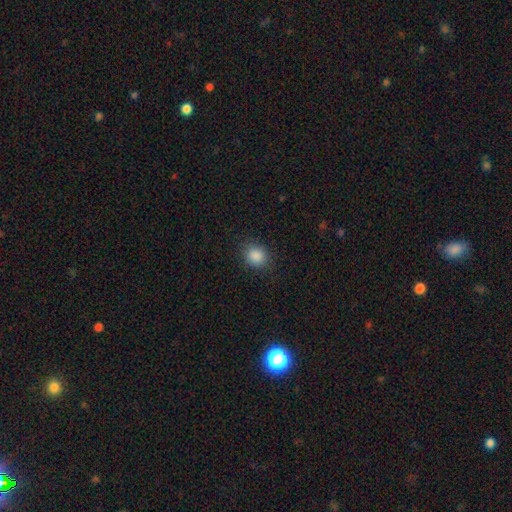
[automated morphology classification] Smooth or featured?
  - smooth: 87% *
  - star or artifact: 10%
  - featured or disk: 3%
How rounded?
  - round: 80% *
  - in between: 19%
  - cigar-shaped: 1%
Merging?
  - none: 87% *
  - minor disturbance: 9%
  - major disturbance: 3%
  - merger: 1%